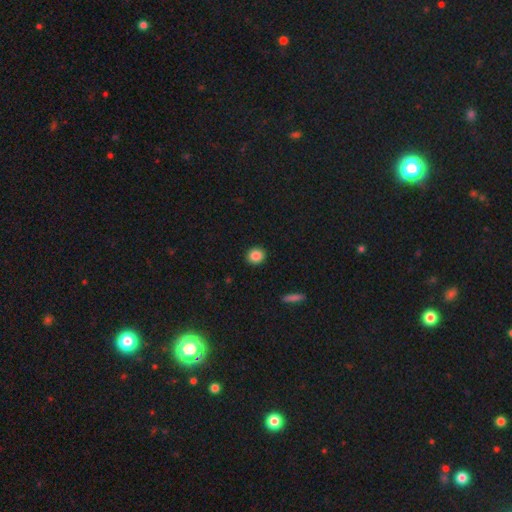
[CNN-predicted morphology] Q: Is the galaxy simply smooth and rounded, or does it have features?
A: smooth — 87%.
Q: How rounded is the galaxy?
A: round — 86%.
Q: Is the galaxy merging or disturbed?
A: none — 92%.